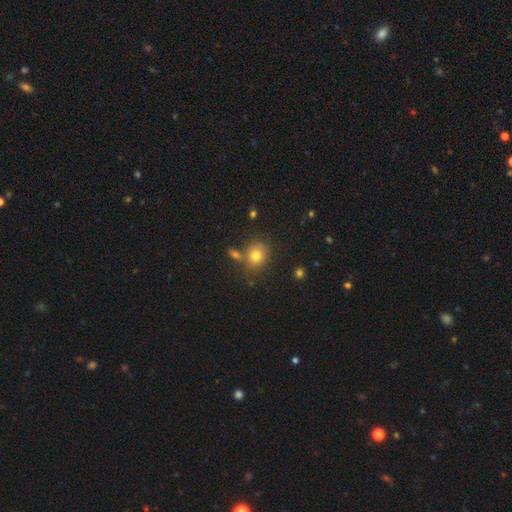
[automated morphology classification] Overall: smooth (77%). How rounded: round (72%). Merging: none (65%).